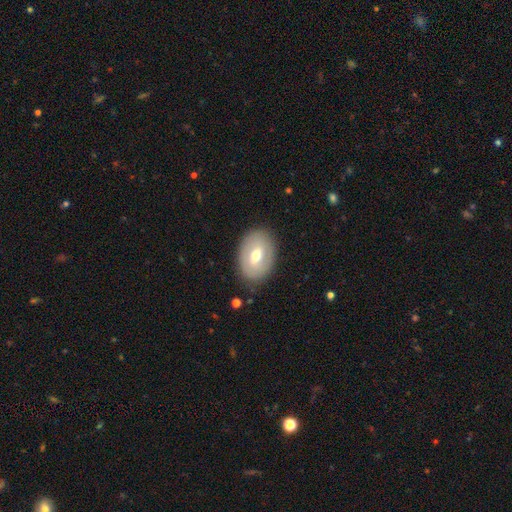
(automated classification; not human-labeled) smooth-or-featured: smooth: 49% | featured or disk: 44% | star or artifact: 7%
  merging: none: 83% | minor disturbance: 12% | major disturbance: 4% | merger: 1%